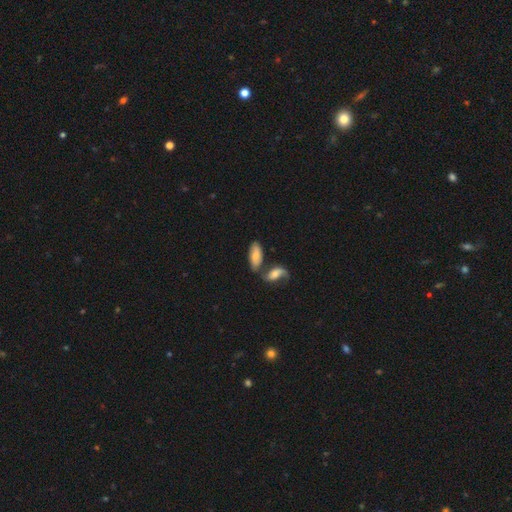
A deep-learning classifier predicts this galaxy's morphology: type=smooth (64%); roundness=in between (83%); merging=none (43%).